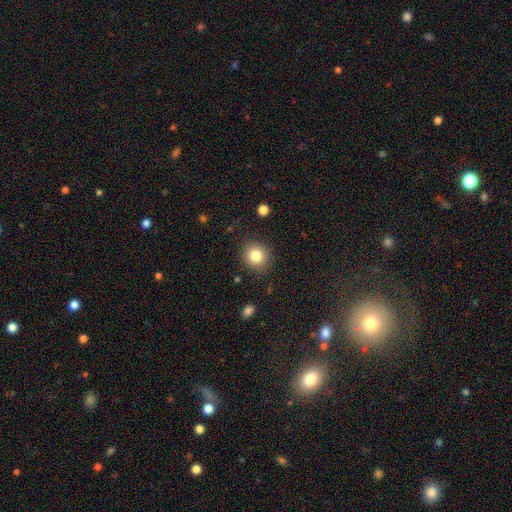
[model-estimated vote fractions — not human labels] This is clearly a smooth galaxy (83%). How rounded: clearly round (87%). Merging: clearly none (87%).